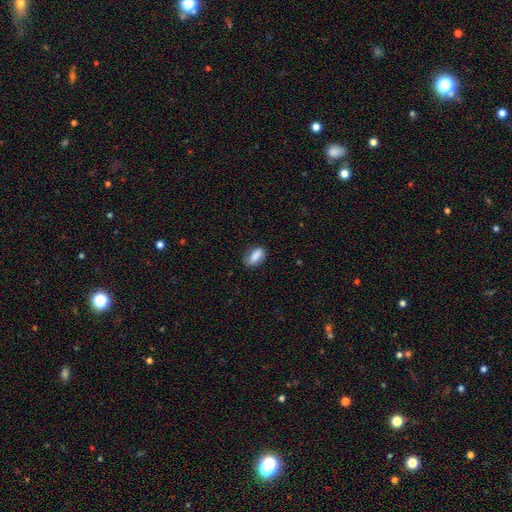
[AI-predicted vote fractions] Overall: smooth (82%). How rounded: in between (86%). Merging: none (69%).